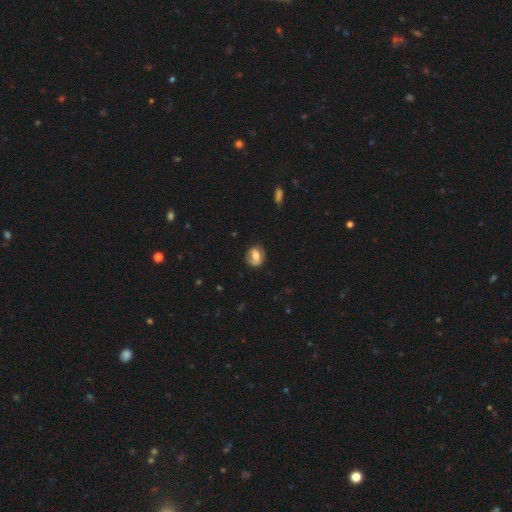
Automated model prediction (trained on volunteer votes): Smooth or featured? smooth (58%)
How rounded? round (67%)
Merging? none (70%)